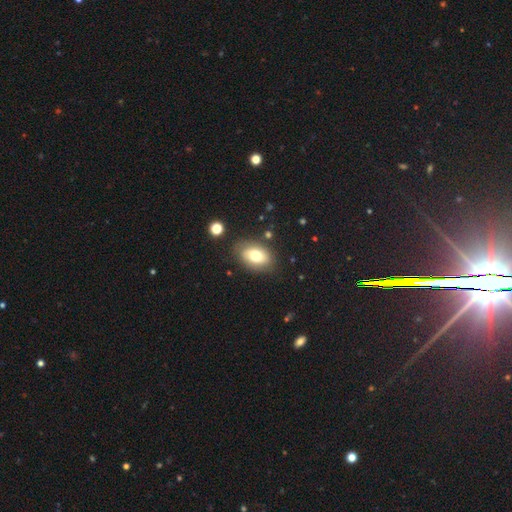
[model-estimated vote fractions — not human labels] smooth-or-featured: smooth: 71% | featured or disk: 21% | star or artifact: 8%
  how-rounded: in between: 87% | round: 11% | cigar-shaped: 1%
  merging: none: 77% | minor disturbance: 16% | major disturbance: 5% | merger: 3%